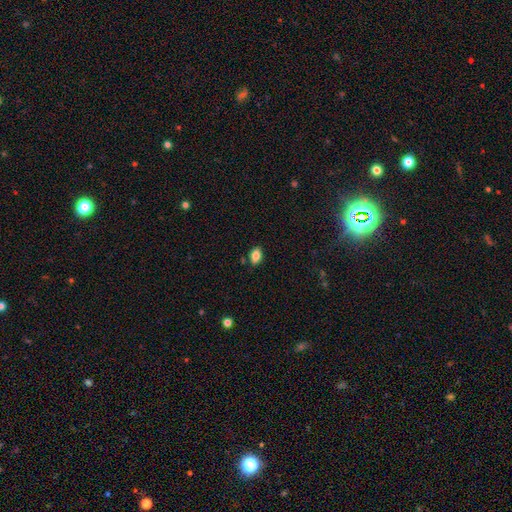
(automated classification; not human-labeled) Smooth or featured? Predicted: smooth (p=0.83). How rounded? Predicted: in between (p=0.87). Merging? Predicted: none (p=0.83).